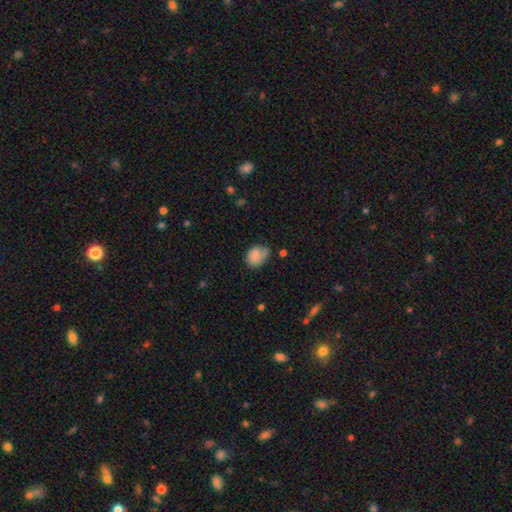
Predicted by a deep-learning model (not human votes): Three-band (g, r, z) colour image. It shows a smooth galaxy with no disk features (80%) that is in between round and cigar-shaped (64%). Merging: none (46%).